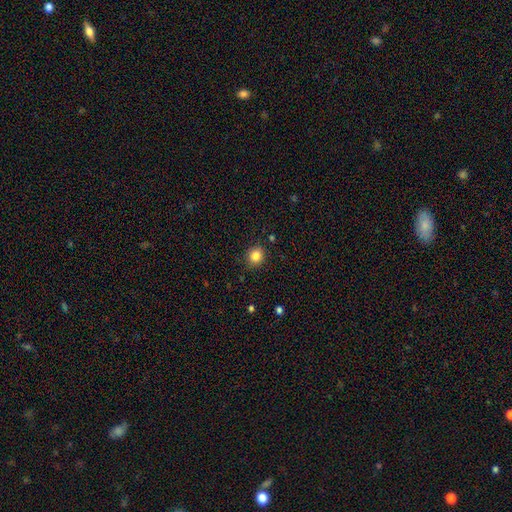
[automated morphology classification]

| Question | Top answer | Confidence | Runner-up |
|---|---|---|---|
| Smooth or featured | smooth | 84% | star or artifact (11%) |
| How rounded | round | 83% | in between (16%) |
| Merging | none | 88% | minor disturbance (9%) |